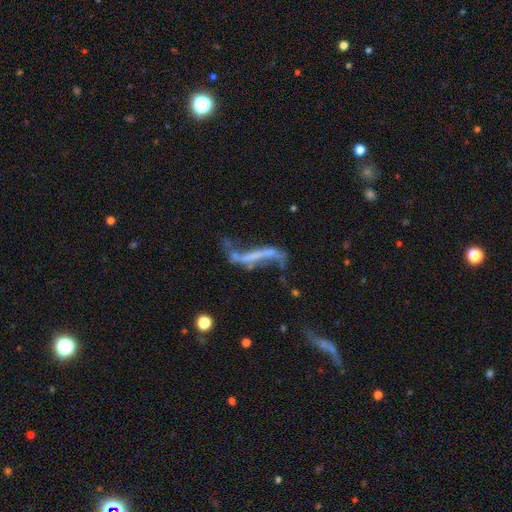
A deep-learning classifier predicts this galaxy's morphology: This appears to be a featured or disk galaxy (71%) with a strong bar (49%), spiral arms (67%) and no central bulge (69%). Merging: none (37%).